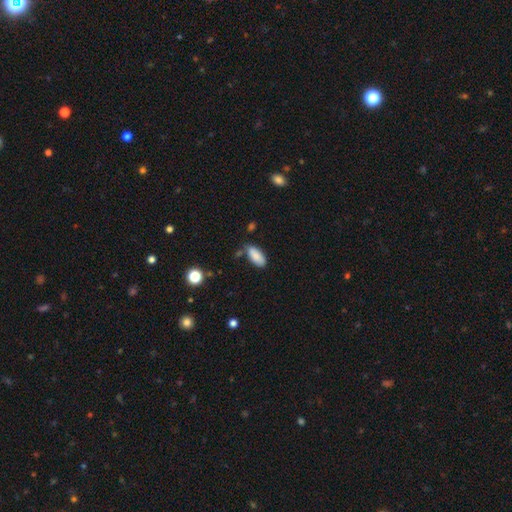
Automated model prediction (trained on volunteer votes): Smooth or featured?
  - smooth: 86% *
  - featured or disk: 7%
  - star or artifact: 7%
How rounded?
  - in between: 87% *
  - cigar-shaped: 11%
  - round: 2%
Merging?
  - none: 71% *
  - minor disturbance: 20%
  - merger: 6%
  - major disturbance: 4%